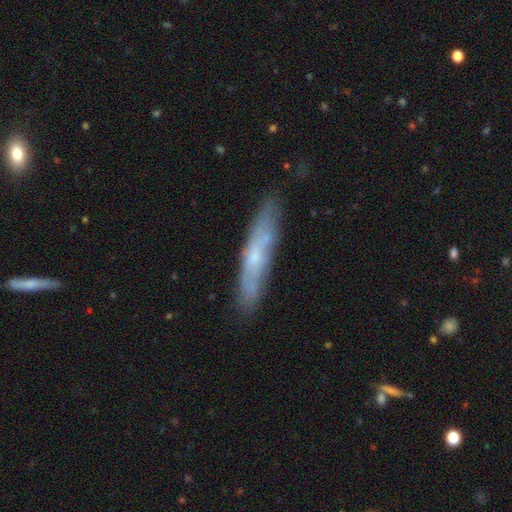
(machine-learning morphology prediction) smooth-or-featured: featured or disk: 51% | smooth: 42% | star or artifact: 7%
  disk-edge-on: yes: 64% | no: 36%
  merging: none: 80% | minor disturbance: 15% | major disturbance: 3% | merger: 2%